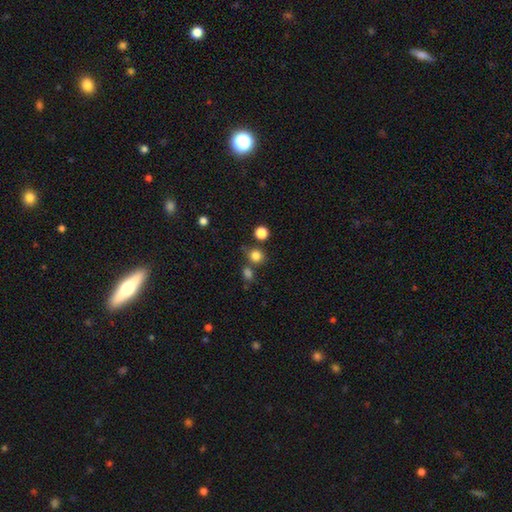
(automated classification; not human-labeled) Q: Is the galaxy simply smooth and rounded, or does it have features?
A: smooth — 80%.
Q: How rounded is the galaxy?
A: round — 87%.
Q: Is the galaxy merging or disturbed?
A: none — 71%.